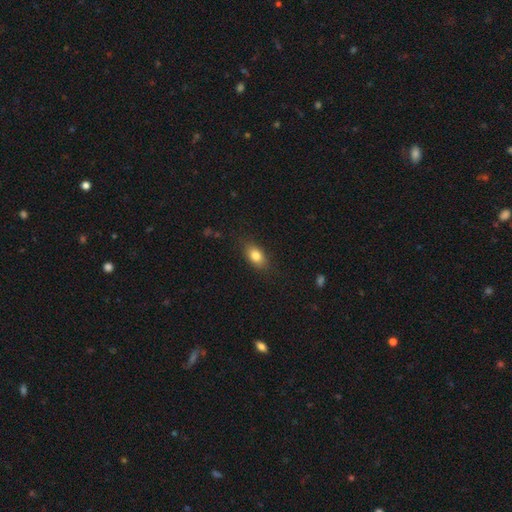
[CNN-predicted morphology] Q: Smooth or featured?
A: smooth (81%); runner-up: featured or disk (10%)
Q: How rounded?
A: in between (83%); runner-up: round (12%)
Q: Merging?
A: none (82%); runner-up: minor disturbance (13%)